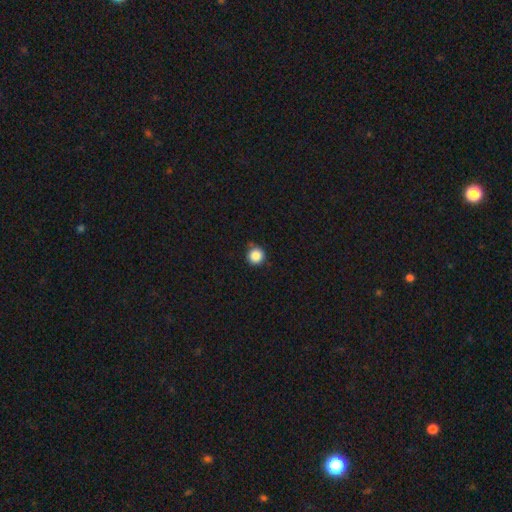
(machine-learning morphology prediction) This appears to be a smooth galaxy with no disk features (86%) that is round (96%). Merging: none (81%).